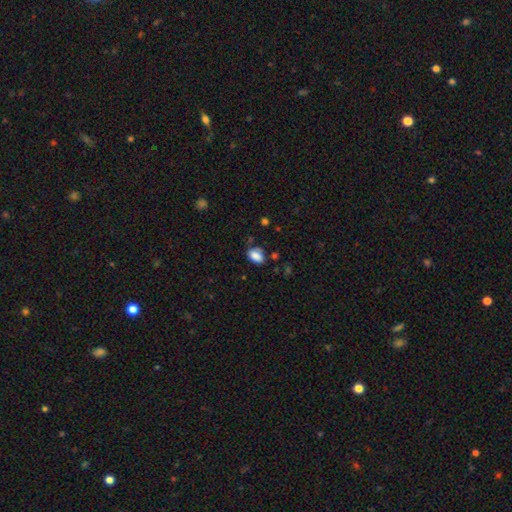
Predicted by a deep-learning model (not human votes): Morphology: type=smooth (85%); roundness=in between (86%); merging=none (70%).